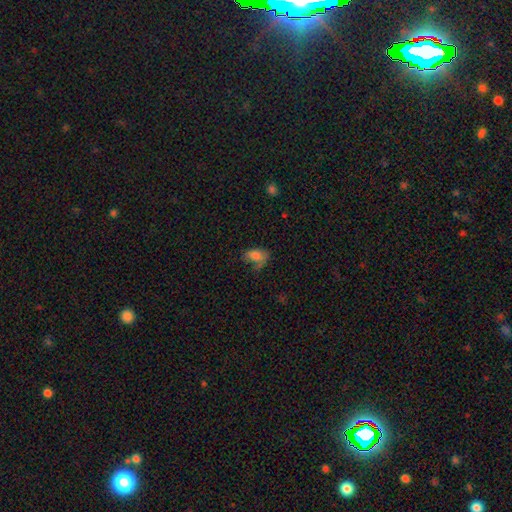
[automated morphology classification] Smooth or featured? smooth (78%)
How rounded? in between (89%)
Merging? none (41%)